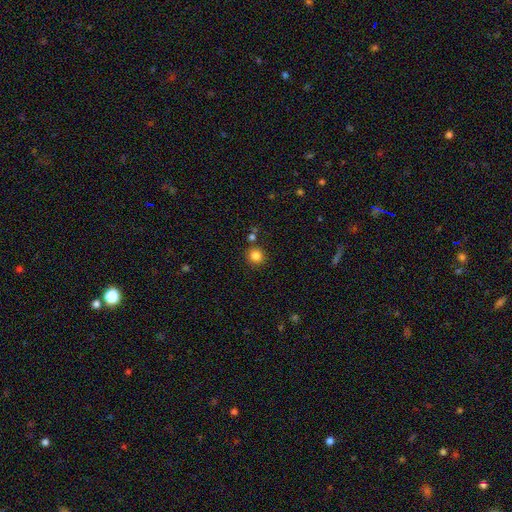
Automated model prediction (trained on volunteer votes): smooth 84%, star or artifact 12%, featured or disk 4%. Down the decision tree: how rounded — round (91%); merging — none (84%).